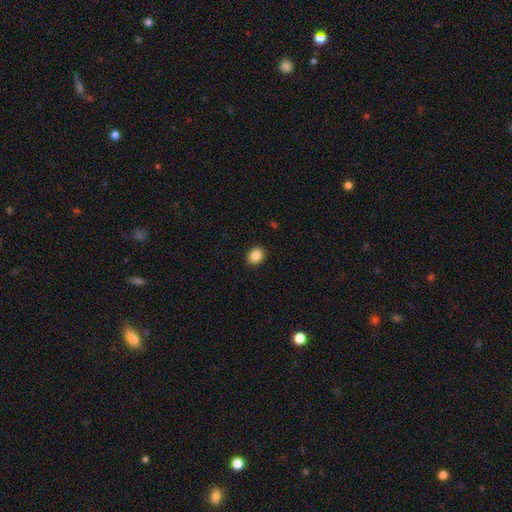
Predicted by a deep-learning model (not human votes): Smooth or featured?
  - smooth: 86% *
  - star or artifact: 9%
  - featured or disk: 4%
How rounded?
  - round: 62% *
  - in between: 37%
  - cigar-shaped: 1%
Merging?
  - none: 91% *
  - minor disturbance: 6%
  - major disturbance: 2%
  - merger: 1%